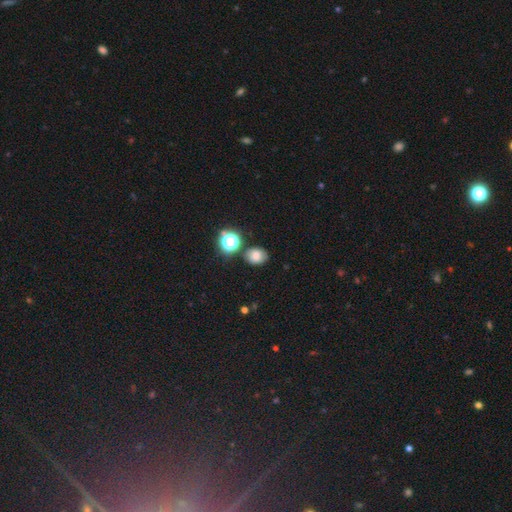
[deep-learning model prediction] Smooth or featured?
  - smooth: 74% *
  - star or artifact: 17%
  - featured or disk: 9%
How rounded?
  - round: 52% *
  - in between: 47%
  - cigar-shaped: 1%
Merging?
  - none: 76% *
  - minor disturbance: 14%
  - merger: 6%
  - major disturbance: 4%